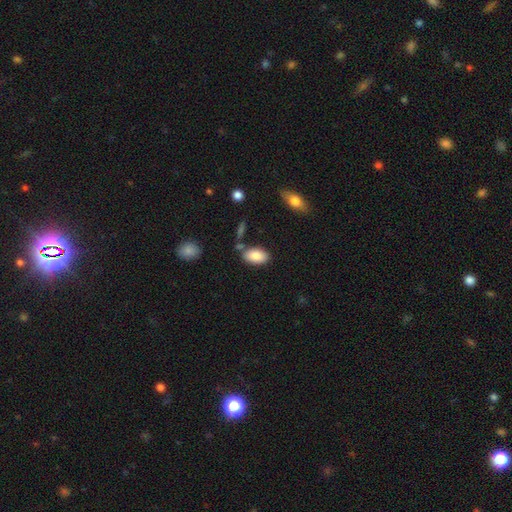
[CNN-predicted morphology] Smooth or featured?
  - smooth: 84% *
  - featured or disk: 9%
  - star or artifact: 7%
How rounded?
  - in between: 94% *
  - round: 4%
  - cigar-shaped: 2%
Merging?
  - none: 75% *
  - minor disturbance: 13%
  - merger: 9%
  - major disturbance: 3%